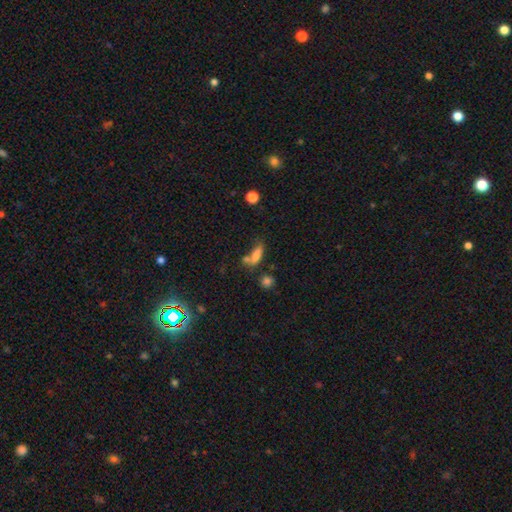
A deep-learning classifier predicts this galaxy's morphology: smooth_or_featured: smooth (p=0.71) [alt: featured or disk p=0.17]
how_rounded: in between (p=0.58) [alt: cigar-shaped p=0.34]
merging: none (p=0.37) [alt: merger p=0.30]